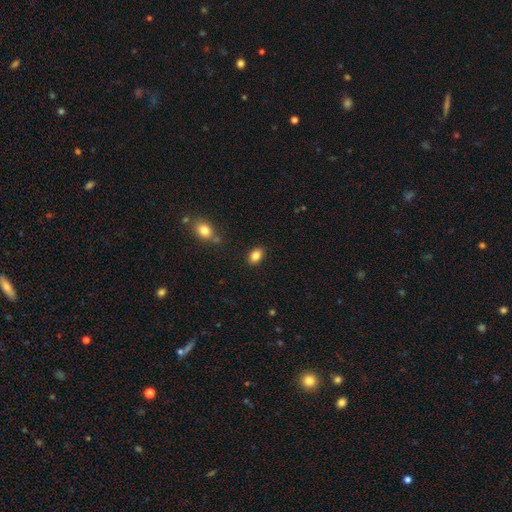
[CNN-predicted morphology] smooth-or-featured: smooth: 85% | star or artifact: 9% | featured or disk: 6%
  how-rounded: in between: 81% | round: 18% | cigar-shaped: 1%
  merging: none: 86% | minor disturbance: 9% | merger: 2% | major disturbance: 2%